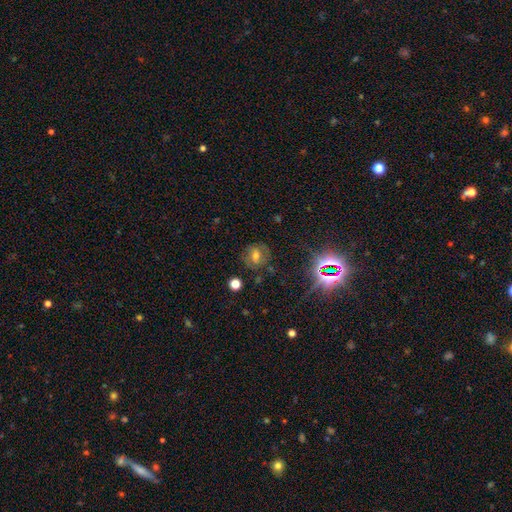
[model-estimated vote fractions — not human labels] Q: Smooth or featured?
A: smooth (41%); runner-up: featured or disk (38%)
Q: Merging?
A: none (76%); runner-up: minor disturbance (15%)